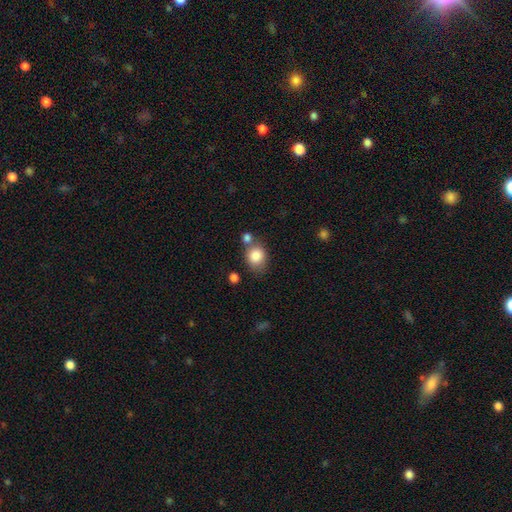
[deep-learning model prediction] smooth_or_featured: smooth (p=0.85) [alt: star or artifact p=0.09]
how_rounded: round (p=0.62) [alt: in between p=0.37]
merging: none (p=0.56) [alt: merger p=0.22]